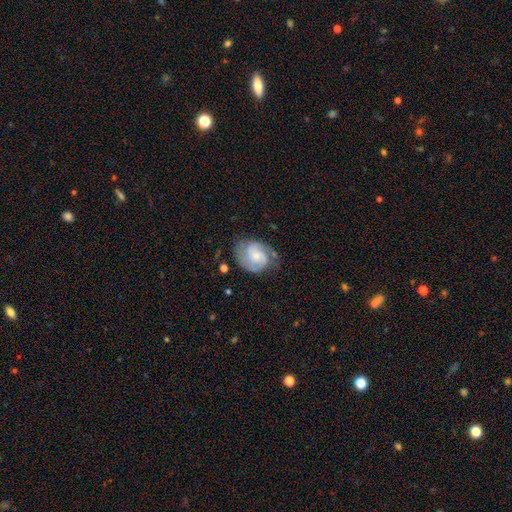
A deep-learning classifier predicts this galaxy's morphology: type=featured or disk (73%); edge-on=no (98%); bar=no (62%); spiral arms=yes (93%); winding=medium (45%); arm count=2 (72%); bulge=small (63%); merging=none (63%).